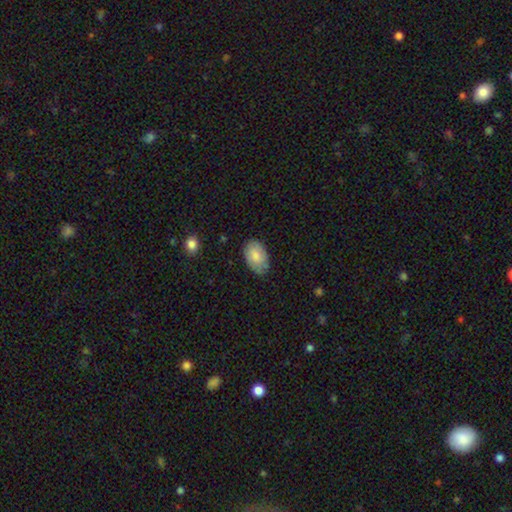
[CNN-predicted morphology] A smooth galaxy with no disk features (78%) that is in between round and cigar-shaped (92%). Merging: none (73%).